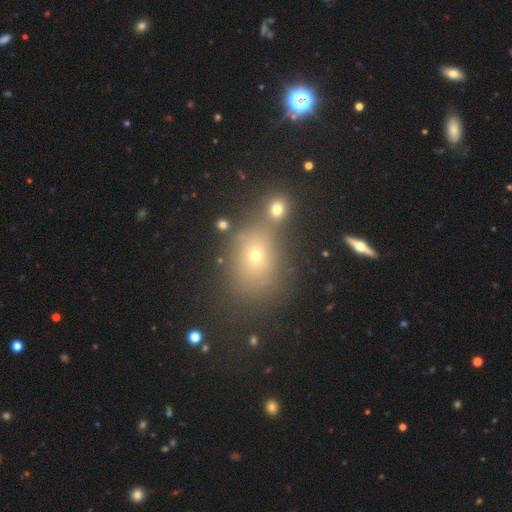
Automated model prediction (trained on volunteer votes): Q: Smooth or featured?
A: smooth (56%); runner-up: star or artifact (31%)
Q: How rounded?
A: in between (52%); runner-up: round (46%)
Q: Merging?
A: none (72%); runner-up: merger (13%)